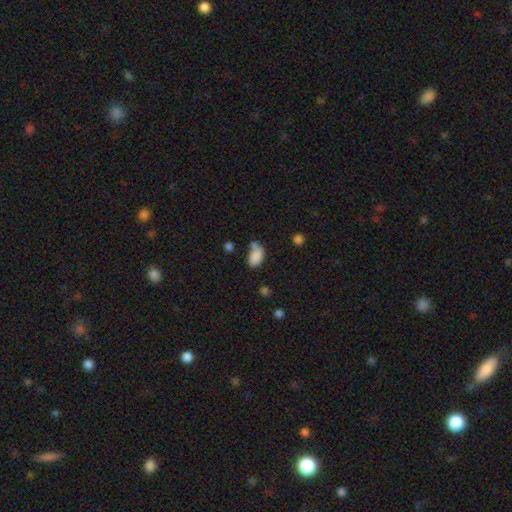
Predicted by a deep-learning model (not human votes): Q: Smooth or featured?
A: smooth (85%); runner-up: star or artifact (9%)
Q: How rounded?
A: in between (90%); runner-up: round (8%)
Q: Merging?
A: none (47%); runner-up: minor disturbance (22%)